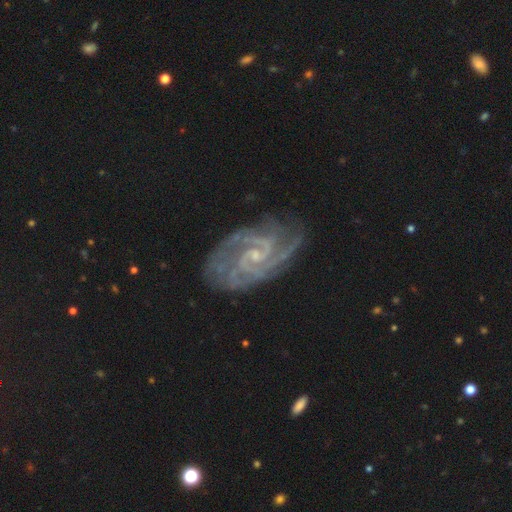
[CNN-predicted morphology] Smooth or featured? Predicted: featured or disk (p=0.91). Edge-on disk? Predicted: no (p=0.97). Bar? Predicted: no (p=0.45). Spiral arms? Predicted: yes (p=0.98). Spiral winding? Predicted: tight (p=0.52). Spiral arm count? Predicted: 2 (p=0.37). Bulge size? Predicted: small (p=0.75). Merging? Predicted: none (p=0.76).